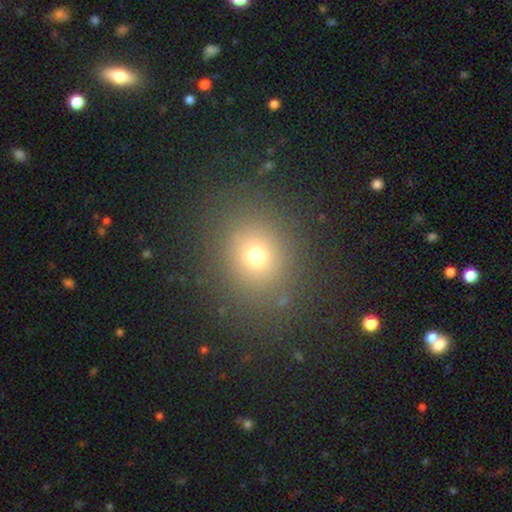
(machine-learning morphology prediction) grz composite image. It shows a smooth galaxy with no disk features (70%) that is round (69%). Merging: none (85%).